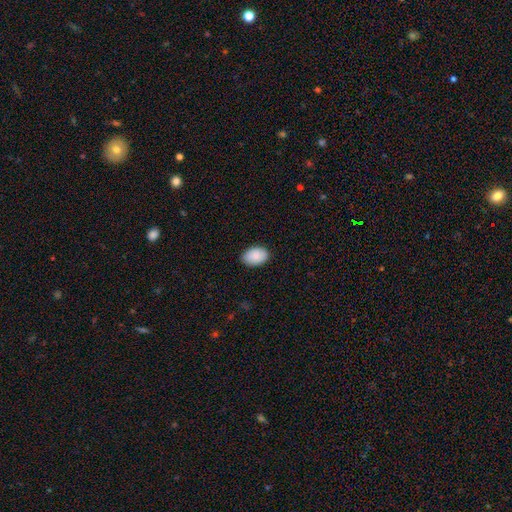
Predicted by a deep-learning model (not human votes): Smooth or featured?
  - smooth: 90% *
  - star or artifact: 6%
  - featured or disk: 4%
How rounded?
  - in between: 88% *
  - round: 11%
  - cigar-shaped: 1%
Merging?
  - none: 87% *
  - minor disturbance: 10%
  - major disturbance: 2%
  - merger: 1%